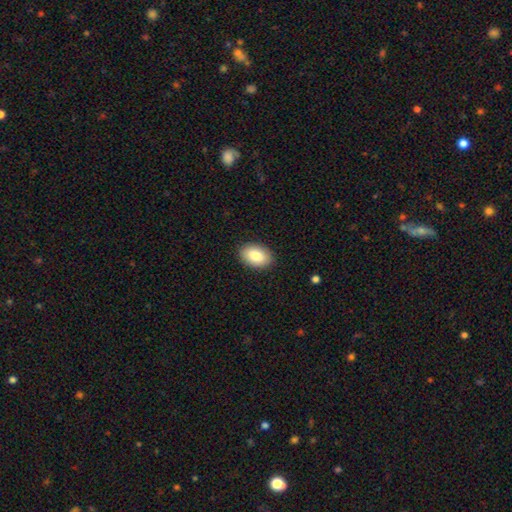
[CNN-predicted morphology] smooth 84%, featured or disk 9%, star or artifact 6%. Down the decision tree: how rounded — in between (88%); merging — none (90%).